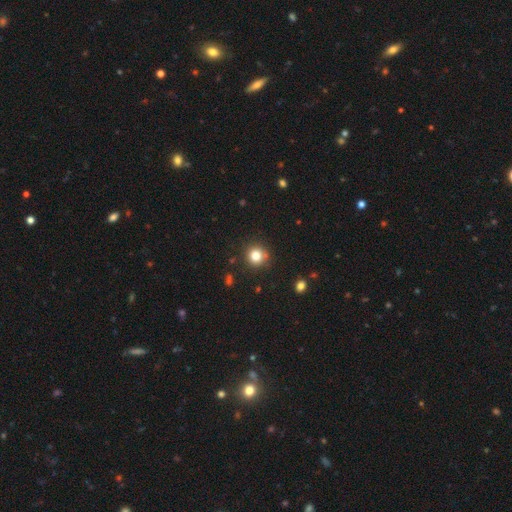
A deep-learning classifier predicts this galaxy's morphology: The model was most divided on "smooth or featured": smooth: 81%, star or artifact: 13%, featured or disk: 6%. More confident: how rounded — round (92%); merging — none (85%).